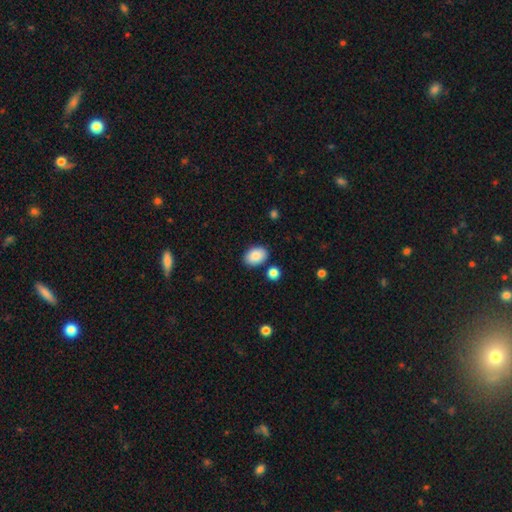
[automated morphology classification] Overall: smooth (88%). How rounded: in between (83%). Merging: none (84%).